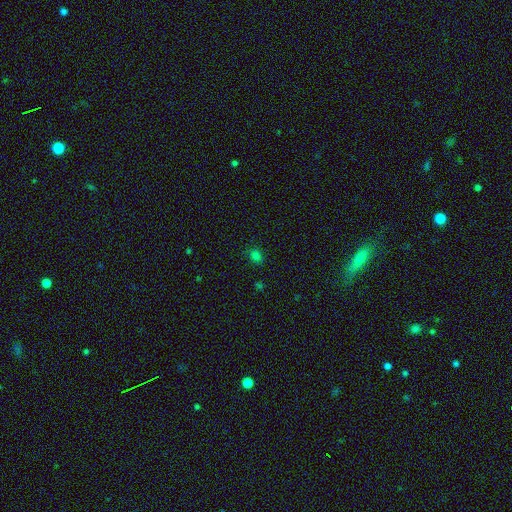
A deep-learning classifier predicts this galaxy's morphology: The model was most divided on "how rounded": in between: 56%, round: 43%, cigar-shaped: 1%. More confident: merging — none (83%); smooth or featured — smooth (76%).